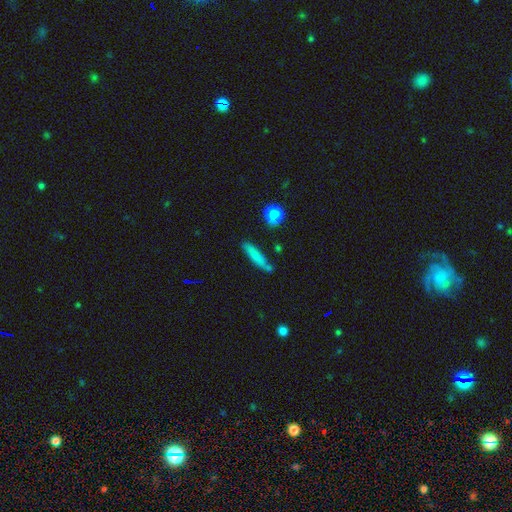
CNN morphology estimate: smooth_or_featured: smooth (p=0.70) [alt: featured or disk p=0.21]
how_rounded: cigar-shaped (p=0.82) [alt: in between p=0.15]
merging: none (p=0.69) [alt: minor disturbance p=0.19]